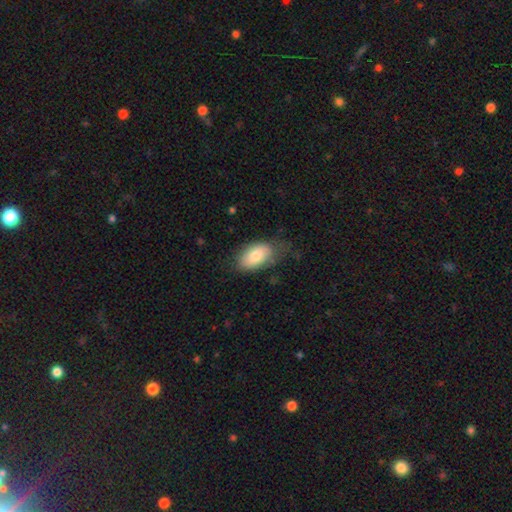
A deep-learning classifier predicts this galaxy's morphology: Overall: smooth (77%). How rounded: in between (93%). Merging: none (61%; minor disturbance 28%).